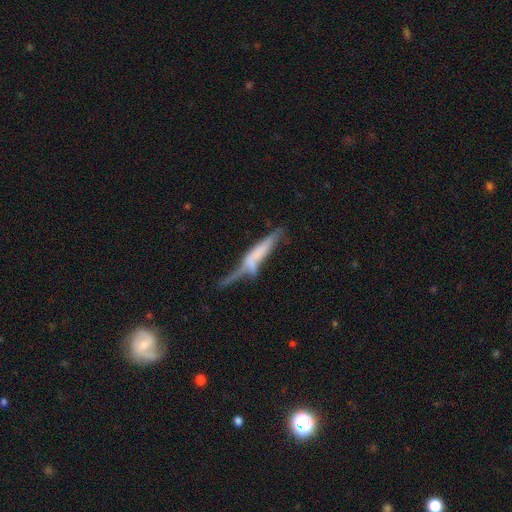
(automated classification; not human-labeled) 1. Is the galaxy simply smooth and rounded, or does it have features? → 47% featured or disk, 44% smooth, 9% star or artifact.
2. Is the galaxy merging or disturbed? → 33% merger, 27% none, 21% major disturbance, 19% minor disturbance.